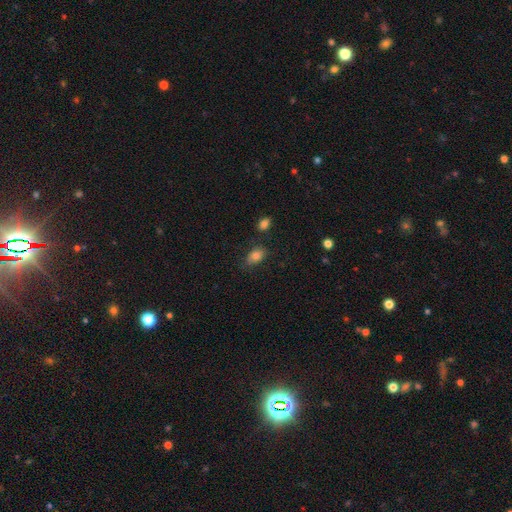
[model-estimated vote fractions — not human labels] Overall: smooth (82%). How rounded: in between (83%). Merging: none (70%).